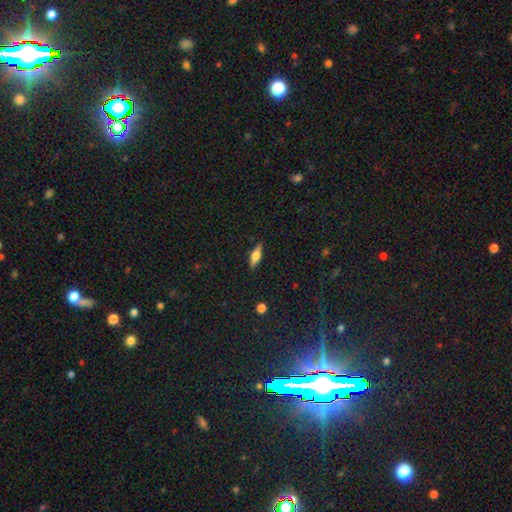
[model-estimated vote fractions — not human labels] Smooth or featured?
  - featured or disk: 46% * (tied)
  - smooth: 46% * (tied)
  - star or artifact: 8%
Merging?
  - none: 88% *
  - minor disturbance: 9%
  - major disturbance: 2%
  - merger: 1%